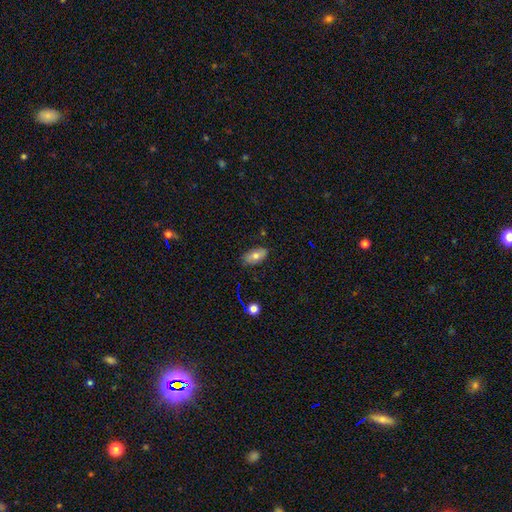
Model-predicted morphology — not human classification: Overall: smooth (70%). How rounded: in between (92%). Merging: none (81%).